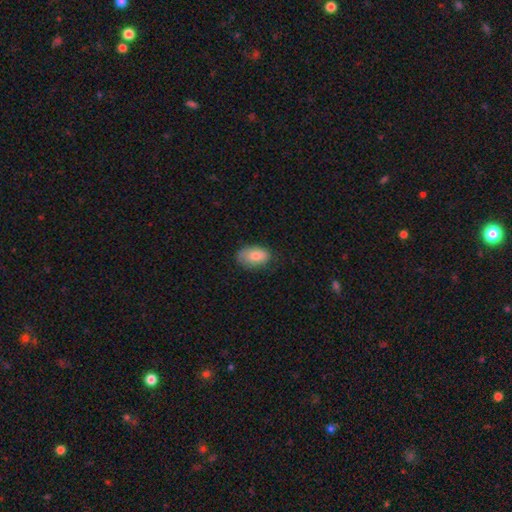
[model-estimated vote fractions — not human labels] Overall: smooth (83%). How rounded: in between (91%). Merging: none (71%).